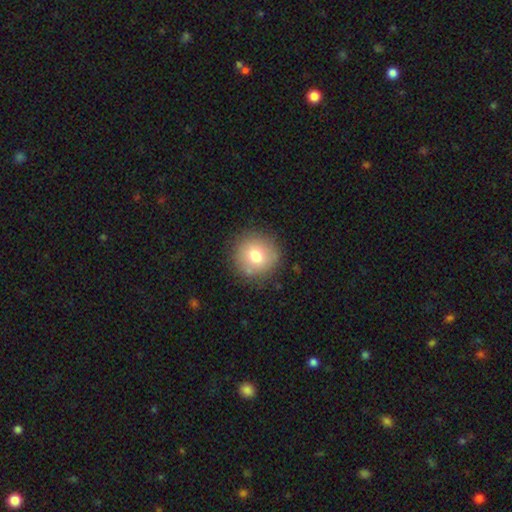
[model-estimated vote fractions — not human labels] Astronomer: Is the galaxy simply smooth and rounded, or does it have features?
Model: smooth — 75%.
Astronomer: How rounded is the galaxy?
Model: round — 93%.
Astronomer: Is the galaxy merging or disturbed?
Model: none — 85%.